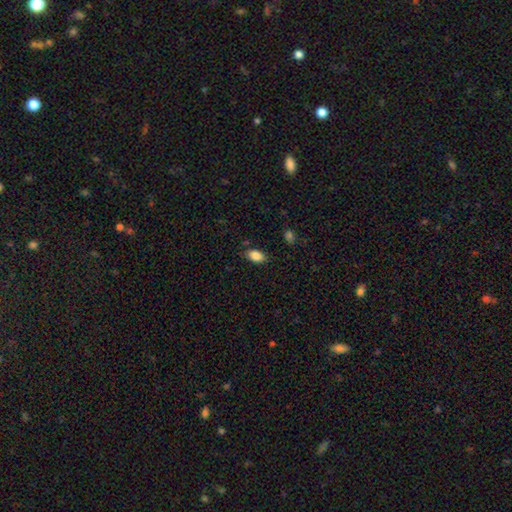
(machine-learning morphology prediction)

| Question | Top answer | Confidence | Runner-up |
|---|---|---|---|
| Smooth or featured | smooth | 86% | star or artifact (8%) |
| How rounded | in between | 91% | round (7%) |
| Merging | none | 82% | minor disturbance (13%) |